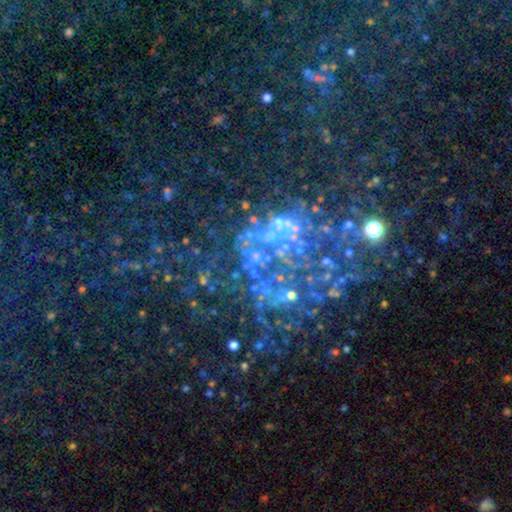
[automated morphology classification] Smooth or featured?
  - star or artifact: 64% *
  - featured or disk: 22%
  - smooth: 14%